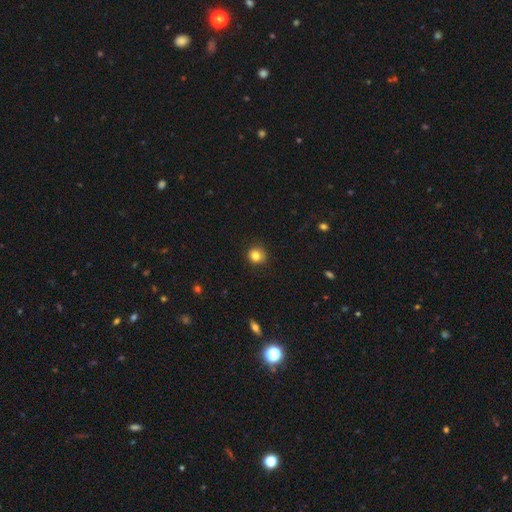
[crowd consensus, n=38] Q: Smooth or featured?
A: smooth (89%); runner-up: star or artifact (8%)
Q: How rounded?
A: round (74%); runner-up: in between (26%)
Q: Merging?
A: none (77%); runner-up: minor disturbance (11%)